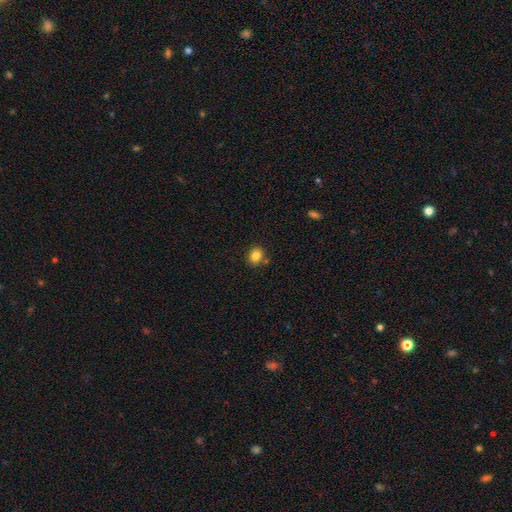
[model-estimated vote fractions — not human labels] A smooth galaxy with no disk features (85%) that is round (59%).

Vote fractions:
- Smooth or featured? smooth: 85% / star or artifact: 10% / featured or disk: 5%
- How rounded? round: 59% / in between: 40% / cigar-shaped: 1%
- Merging? none: 81% / minor disturbance: 10% / merger: 6% / major disturbance: 3%